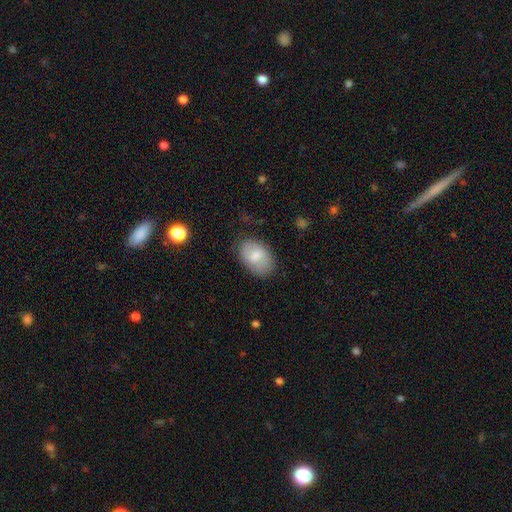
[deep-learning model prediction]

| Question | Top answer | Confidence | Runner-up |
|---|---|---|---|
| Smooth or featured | smooth | 74% | featured or disk (20%) |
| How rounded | in between | 88% | round (11%) |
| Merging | none | 77% | minor disturbance (17%) |